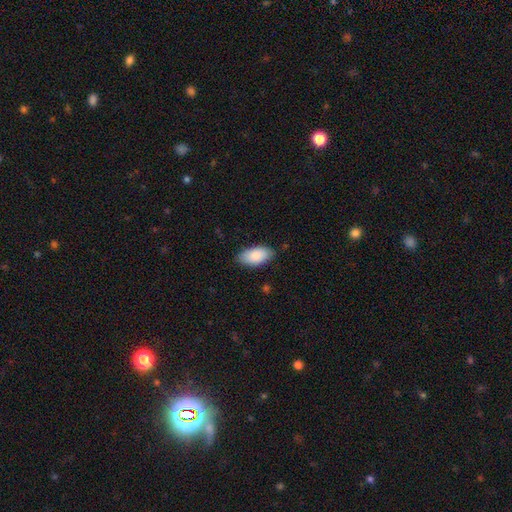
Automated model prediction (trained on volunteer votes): A smooth galaxy with no disk features (85%) that is in between round and cigar-shaped (94%).

Vote fractions:
- Smooth or featured? smooth: 85% / featured or disk: 9% / star or artifact: 6%
- How rounded? in between: 94% / cigar-shaped: 3% / round: 2%
- Merging? none: 82% / minor disturbance: 14% / major disturbance: 2% / merger: 1%